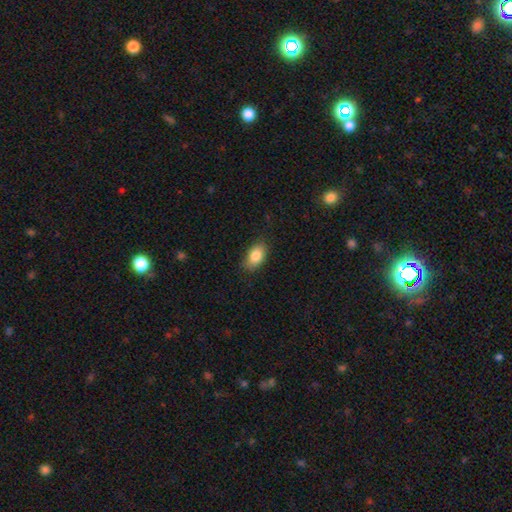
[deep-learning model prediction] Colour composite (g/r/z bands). It shows a smooth galaxy with no disk features (85%) that is in between round and cigar-shaped (90%). Merging: none (81%).